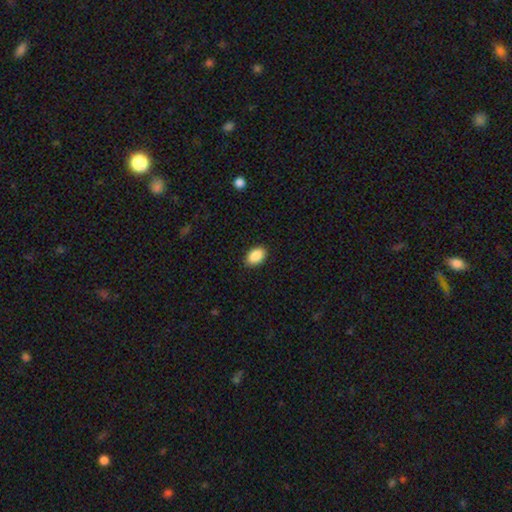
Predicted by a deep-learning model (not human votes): Overall: smooth (90%). How rounded: in between (90%). Merging: none (89%).